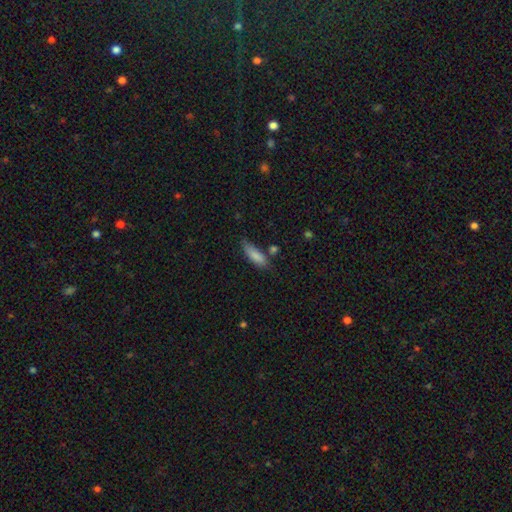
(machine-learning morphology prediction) A smooth galaxy with no disk features (84%) that is in between round and cigar-shaped (53%). Merging: none (62%).